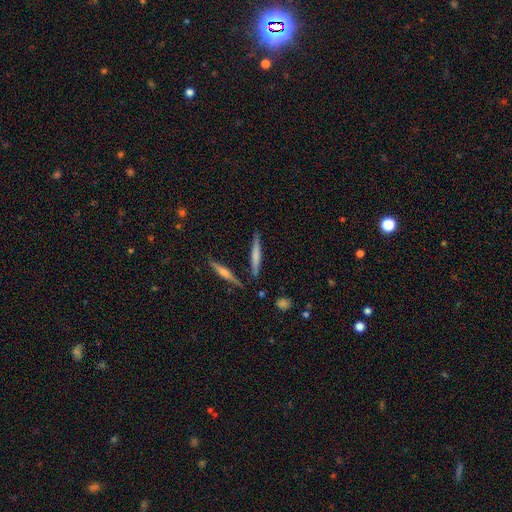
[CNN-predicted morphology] The model was most divided on "smooth or featured": smooth: 53%, featured or disk: 41%, star or artifact: 6%. More confident: how rounded — cigar-shaped (93%); merging — none (81%).